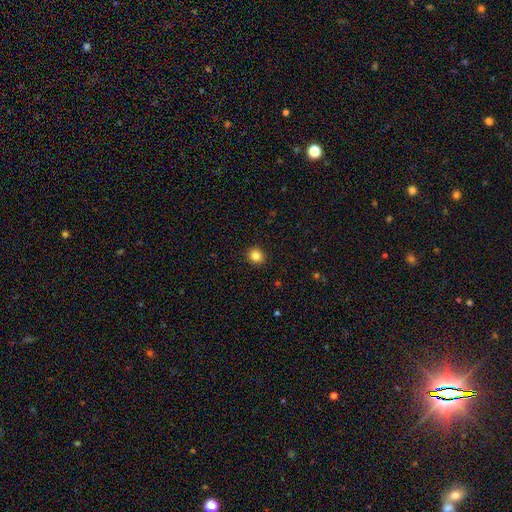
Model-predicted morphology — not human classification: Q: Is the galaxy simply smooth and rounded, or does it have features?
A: smooth — 84%.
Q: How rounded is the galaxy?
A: round — 84%.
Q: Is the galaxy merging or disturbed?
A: none — 92%.